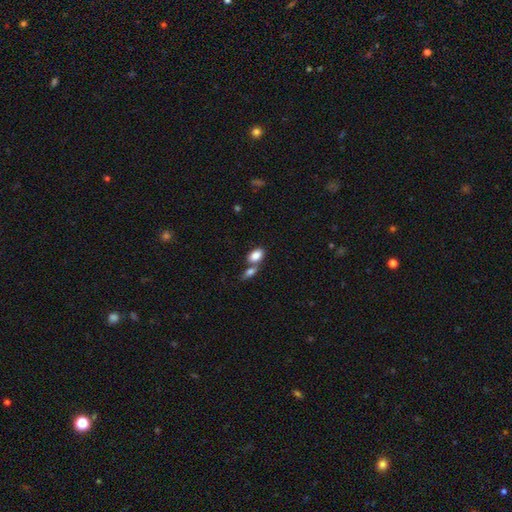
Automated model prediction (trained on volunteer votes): Smooth or featured?
  - smooth: 85% *
  - featured or disk: 8%
  - star or artifact: 7%
How rounded?
  - in between: 90% *
  - round: 8%
  - cigar-shaped: 2%
Merging?
  - merger: 45% *
  - none: 41%
  - minor disturbance: 10%
  - major disturbance: 4%